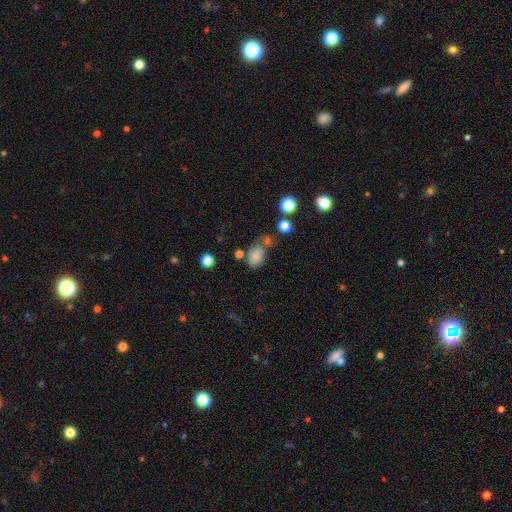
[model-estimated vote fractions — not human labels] This appears to be a smooth galaxy with no disk features (77%) that is in between round and cigar-shaped (74%). Merging: none (49%).